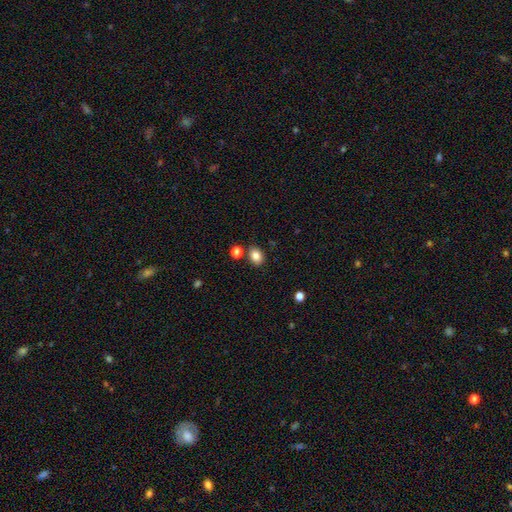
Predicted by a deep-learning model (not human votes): Smooth or featured? Predicted: smooth (p=0.84). How rounded? Predicted: in between (p=0.65). Merging? Predicted: none (p=0.80).